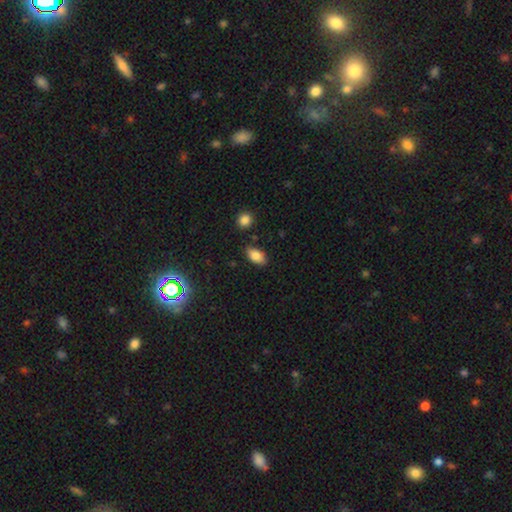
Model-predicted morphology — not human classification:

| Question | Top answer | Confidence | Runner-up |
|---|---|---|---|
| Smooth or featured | smooth | 84% | star or artifact (9%) |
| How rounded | in between | 90% | round (6%) |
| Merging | none | 82% | minor disturbance (12%) |